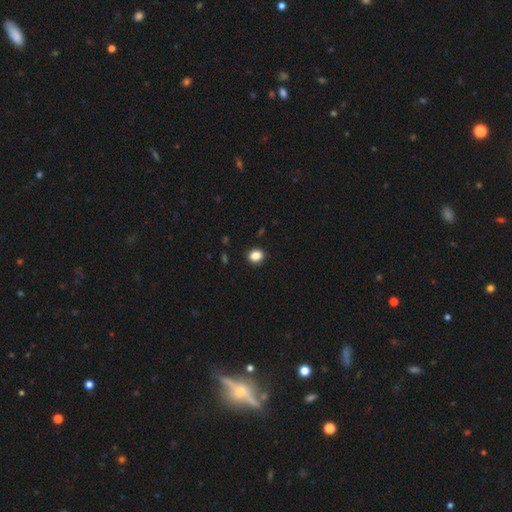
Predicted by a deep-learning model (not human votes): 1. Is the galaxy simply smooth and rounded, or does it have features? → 86% smooth, 10% star or artifact, 4% featured or disk.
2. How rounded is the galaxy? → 63% round, 36% in between, 1% cigar-shaped.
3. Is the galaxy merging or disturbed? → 91% none, 6% minor disturbance, 2% major disturbance, 1% merger.